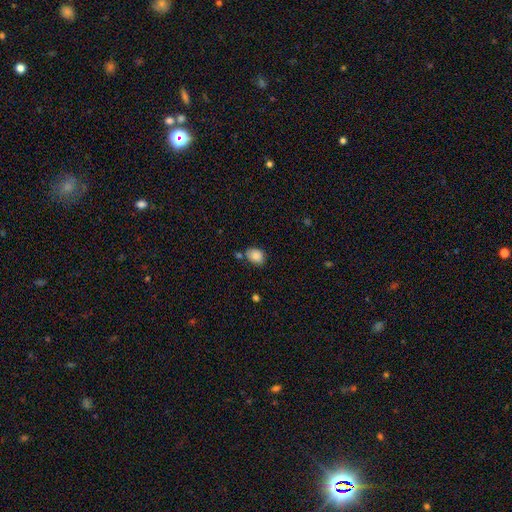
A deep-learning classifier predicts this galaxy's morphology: The model was most divided on "how rounded": in between: 63%, round: 36%, cigar-shaped: 1%. More confident: smooth or featured — smooth (86%); merging — none (64%).